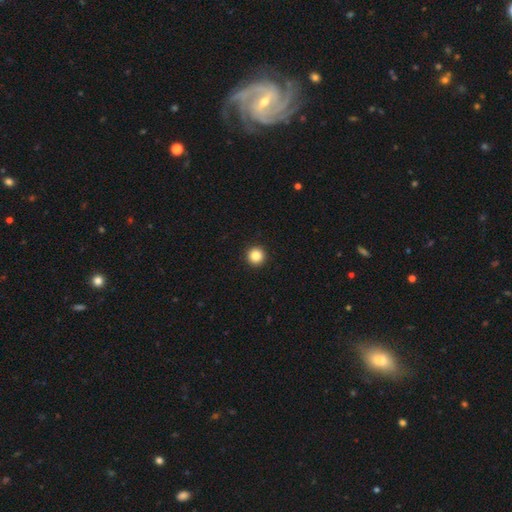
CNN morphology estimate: smooth_or_featured: smooth (p=0.85) [alt: star or artifact p=0.11]
how_rounded: round (p=0.96) [alt: in between p=0.03]
merging: none (p=0.94) [alt: minor disturbance p=0.04]